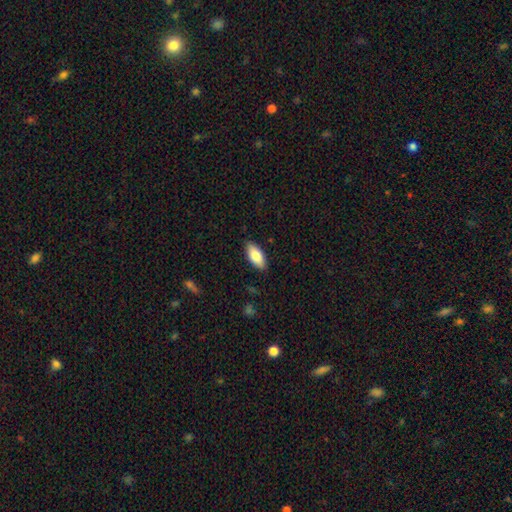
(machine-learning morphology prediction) Smooth or featured? Predicted: smooth (p=0.83). How rounded? Predicted: in between (p=0.90). Merging? Predicted: none (p=0.87).